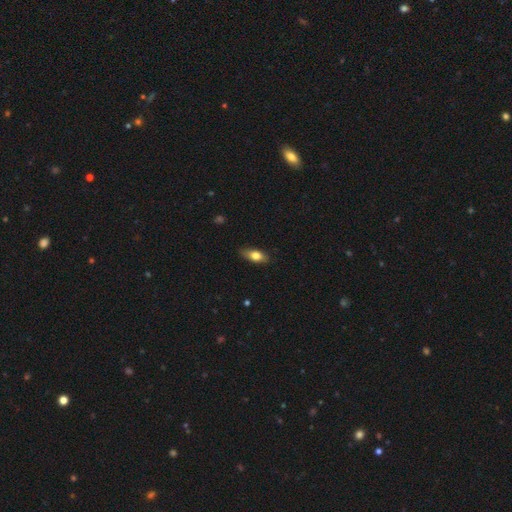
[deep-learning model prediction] Smooth or featured: smooth — 75% (featured or disk — 18%)
How rounded: in between — 81% (cigar-shaped — 14%)
Merging: none — 80% (minor disturbance — 16%)